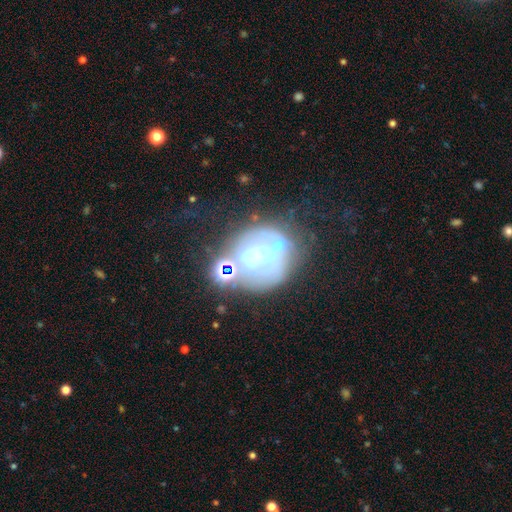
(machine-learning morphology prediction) Smooth or featured?
  - featured or disk: 63% *
  - smooth: 20%
  - star or artifact: 18%
Edge-on disk?
  - no: 94% *
  - yes: 6%
Bar?
  - strong: 40% *
  - no: 38%
  - weak: 21%
Spiral arms?
  - no: 79% *
  - yes: 21%
Bulge size?
  - moderate: 33% *
  - large: 23%
  - none: 22%
  - small: 14%
  - dominant: 9%
Merging?
  - none: 38% *
  - major disturbance: 24%
  - merger: 21%
  - minor disturbance: 18%